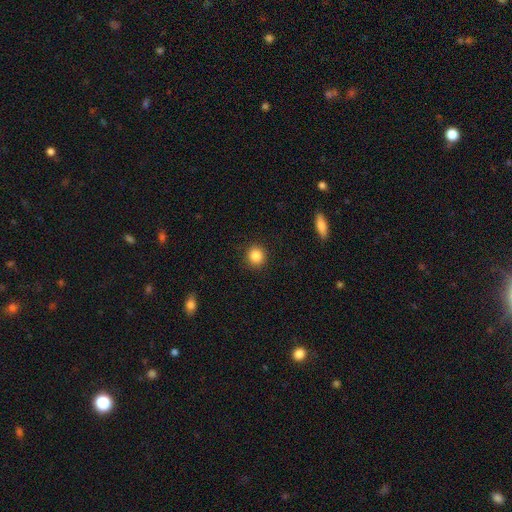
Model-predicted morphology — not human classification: Smooth or featured? Predicted: smooth (p=0.86). How rounded? Predicted: round (p=0.92). Merging? Predicted: none (p=0.91).